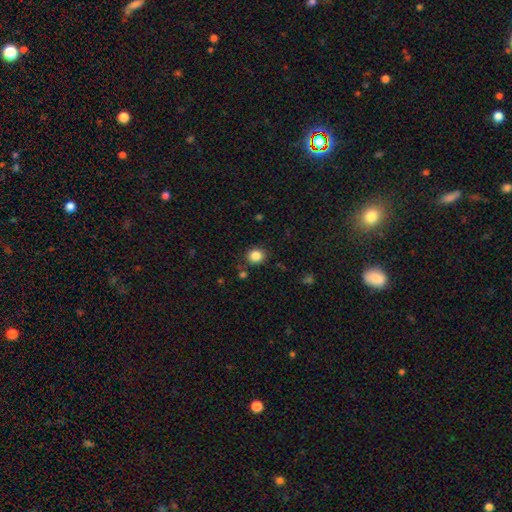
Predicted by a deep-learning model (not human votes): Smooth or featured? smooth (85%)
How rounded? round (76%)
Merging? none (84%)